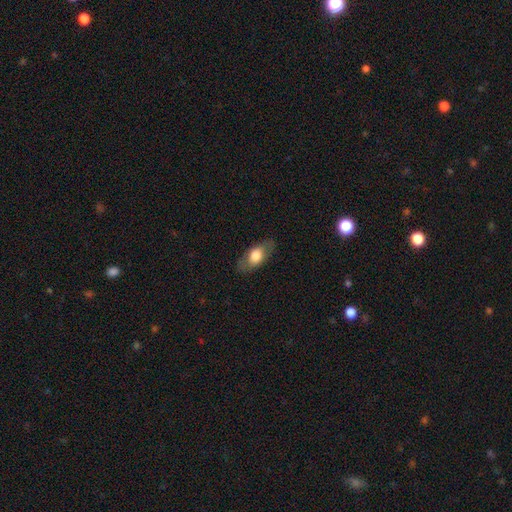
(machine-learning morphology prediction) Q: Smooth or featured?
A: smooth (64%); runner-up: featured or disk (30%)
Q: How rounded?
A: in between (86%); runner-up: cigar-shaped (8%)
Q: Merging?
A: none (82%); runner-up: minor disturbance (13%)